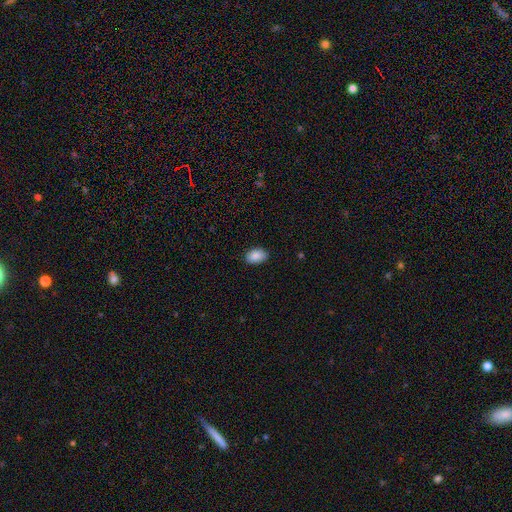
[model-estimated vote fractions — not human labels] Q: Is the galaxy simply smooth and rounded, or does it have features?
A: smooth — 89%.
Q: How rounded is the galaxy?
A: in between — 88%.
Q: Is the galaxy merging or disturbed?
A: none — 87%.